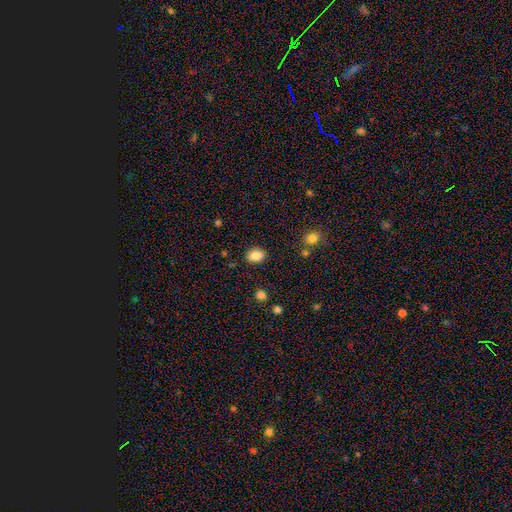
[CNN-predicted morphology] Smooth or featured?
  - smooth: 85% *
  - star or artifact: 9%
  - featured or disk: 6%
How rounded?
  - in between: 69% *
  - round: 30%
  - cigar-shaped: 1%
Merging?
  - none: 87% *
  - minor disturbance: 9%
  - major disturbance: 2%
  - merger: 2%